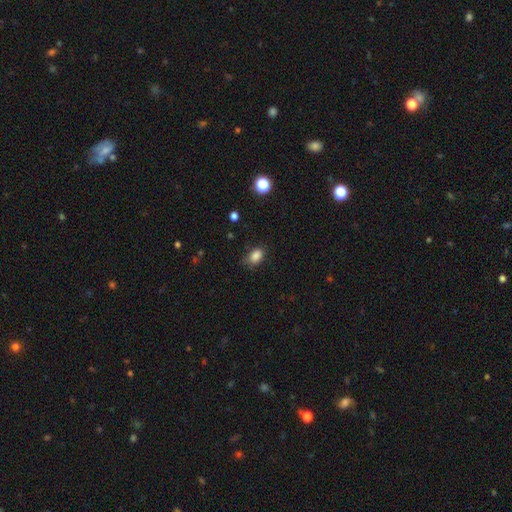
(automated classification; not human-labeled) Overall: smooth (85%). How rounded: in between (80%). Merging: none (68%).